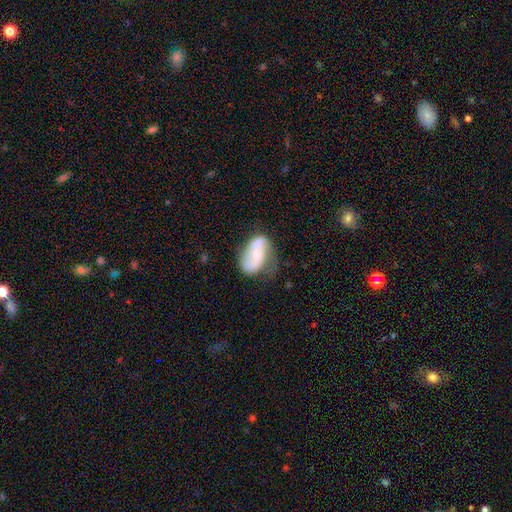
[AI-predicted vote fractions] This appears to be a featured or disk galaxy (62%) with no bar (56%), spiral arms (78%) and a moderate central bulge (44%). Merging: none (44%).